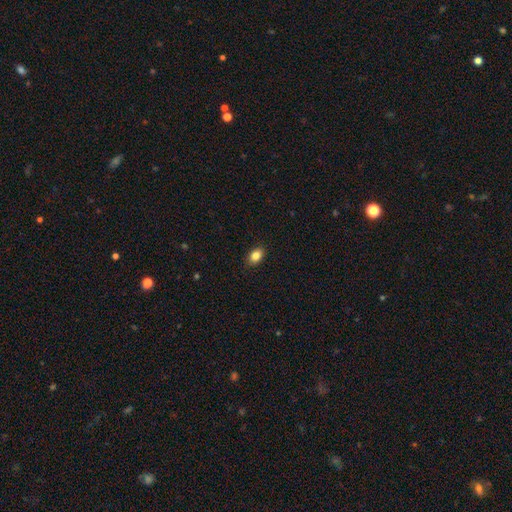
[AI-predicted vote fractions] smooth-or-featured: smooth: 85% | star or artifact: 9% | featured or disk: 6%
  how-rounded: in between: 80% | round: 19% | cigar-shaped: 1%
  merging: none: 88% | minor disturbance: 9% | major disturbance: 2% | merger: 1%